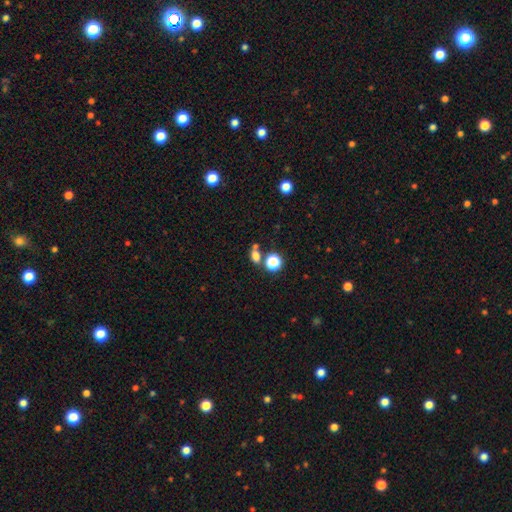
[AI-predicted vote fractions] Morphology: type=smooth (72%); roundness=in between (58%); merging=none (58%).